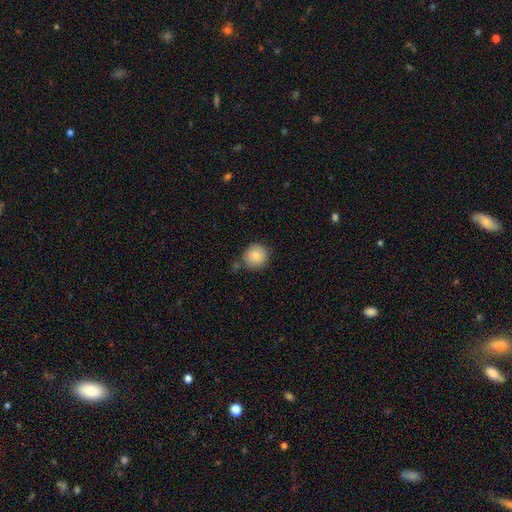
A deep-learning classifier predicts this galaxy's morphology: smooth_or_featured: smooth (p=0.82) [alt: featured or disk p=0.09]
how_rounded: round (p=0.93) [alt: in between p=0.06]
merging: none (p=0.76) [alt: minor disturbance p=0.14]